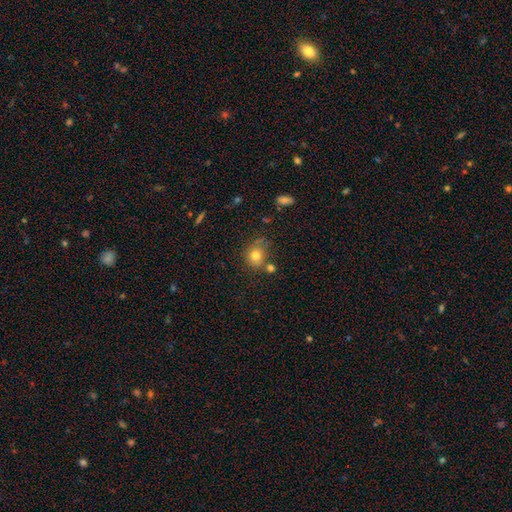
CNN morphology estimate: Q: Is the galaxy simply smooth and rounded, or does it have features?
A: smooth — 77%.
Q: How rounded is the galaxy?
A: round — 77%.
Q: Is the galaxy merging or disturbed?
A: none — 62%.